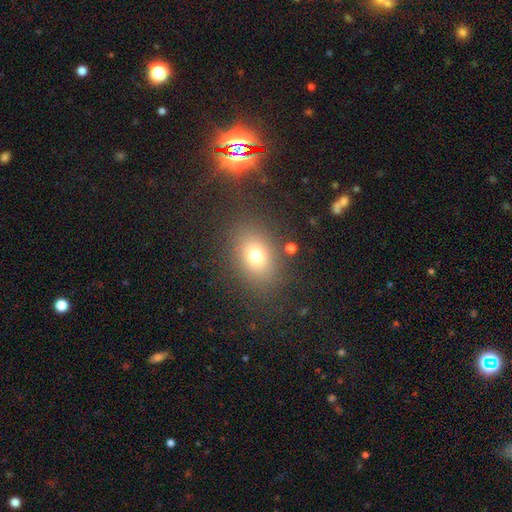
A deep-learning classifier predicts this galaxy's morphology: This is likely a smooth galaxy (73%). How rounded: likely in between (63%). Merging: clearly none (81%).